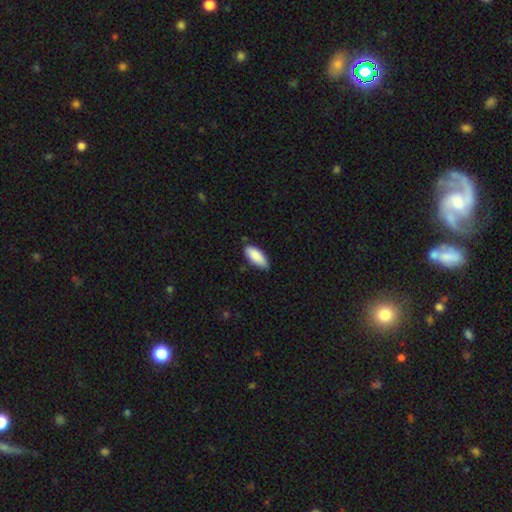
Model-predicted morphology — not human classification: This appears to be a smooth galaxy with no disk features (88%) that is in between round and cigar-shaped (83%). Merging: none (75%).